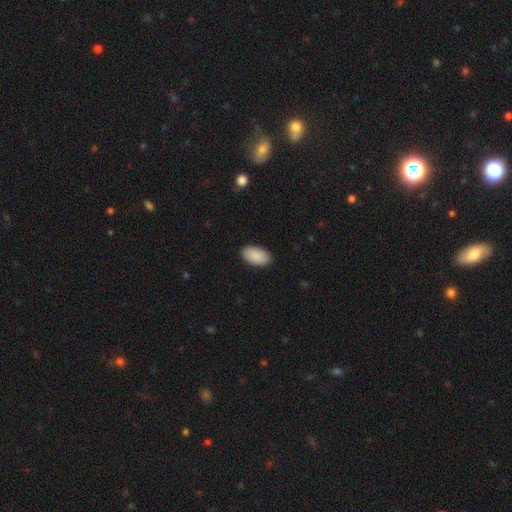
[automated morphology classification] This appears to be a smooth galaxy with no disk features (91%) that is in between round and cigar-shaped (96%). Merging: none (89%).